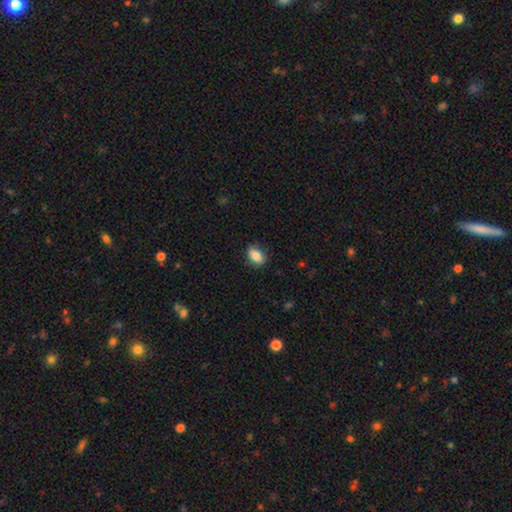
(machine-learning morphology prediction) Smooth or featured?
  - smooth: 85% *
  - star or artifact: 8%
  - featured or disk: 8%
How rounded?
  - in between: 84% *
  - round: 13%
  - cigar-shaped: 3%
Merging?
  - none: 81% *
  - minor disturbance: 15%
  - major disturbance: 3%
  - merger: 1%